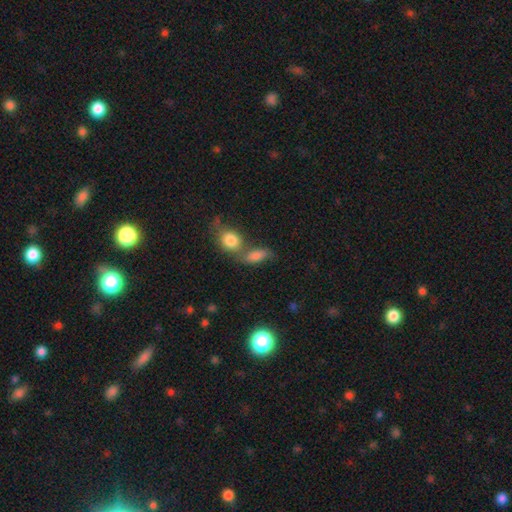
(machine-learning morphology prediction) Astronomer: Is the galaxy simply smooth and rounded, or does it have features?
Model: smooth — 77%.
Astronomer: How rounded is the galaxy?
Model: in between — 77%.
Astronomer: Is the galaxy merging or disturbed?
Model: merger — 46% (runner-up: none, 34%).